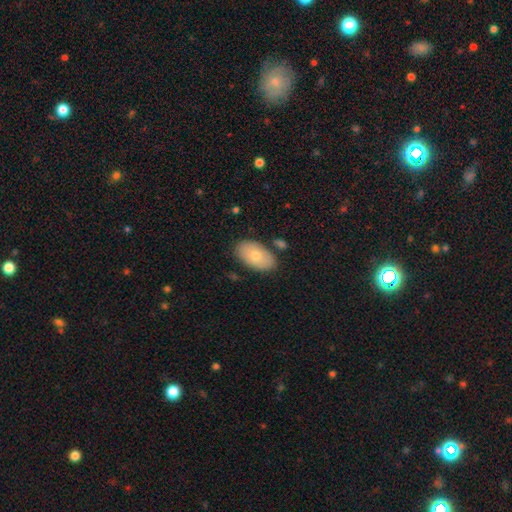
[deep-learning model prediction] A smooth galaxy with no disk features (73%) that is in between round and cigar-shaped (94%). Merging: none (81%).